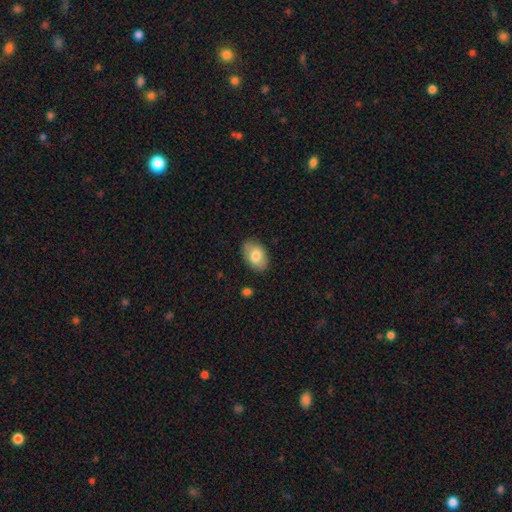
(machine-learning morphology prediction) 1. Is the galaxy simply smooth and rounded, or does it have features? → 76% smooth, 17% featured or disk, 6% star or artifact.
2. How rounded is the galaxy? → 89% in between, 10% round, 1% cigar-shaped.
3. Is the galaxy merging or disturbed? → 83% none, 13% minor disturbance, 3% major disturbance, 1% merger.